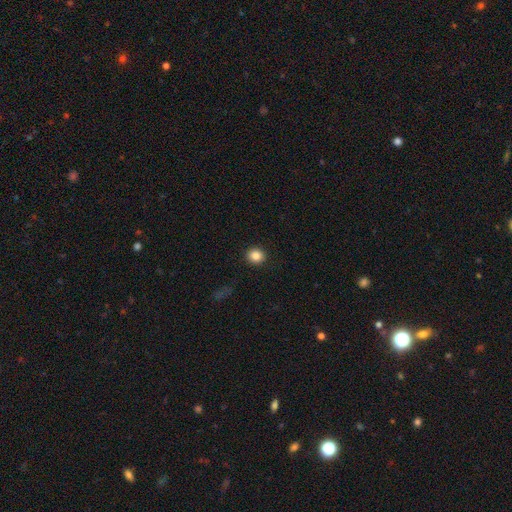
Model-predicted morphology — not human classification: Smooth or featured? Predicted: smooth (p=0.86). How rounded? Predicted: round (p=0.82). Merging? Predicted: none (p=0.92).